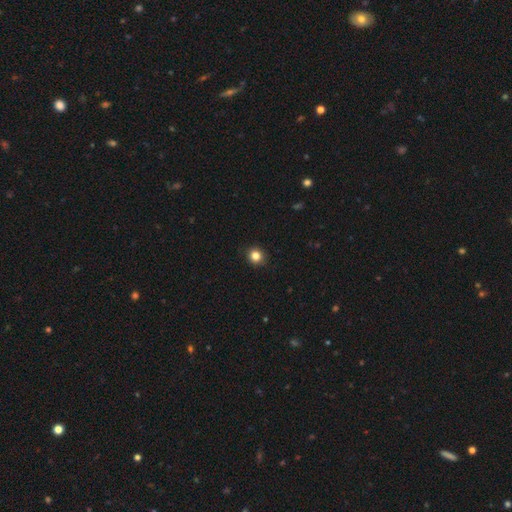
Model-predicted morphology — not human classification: Q: Smooth or featured?
A: smooth (83%); runner-up: star or artifact (12%)
Q: How rounded?
A: round (90%); runner-up: in between (9%)
Q: Merging?
A: none (92%); runner-up: minor disturbance (6%)